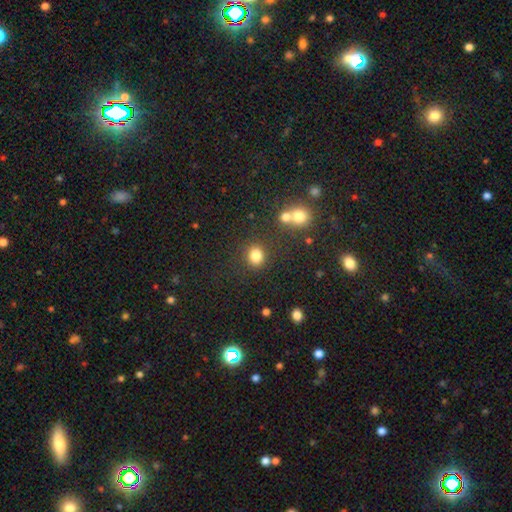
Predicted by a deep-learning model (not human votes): Smooth or featured? smooth (82%)
How rounded? round (75%)
Merging? none (81%)